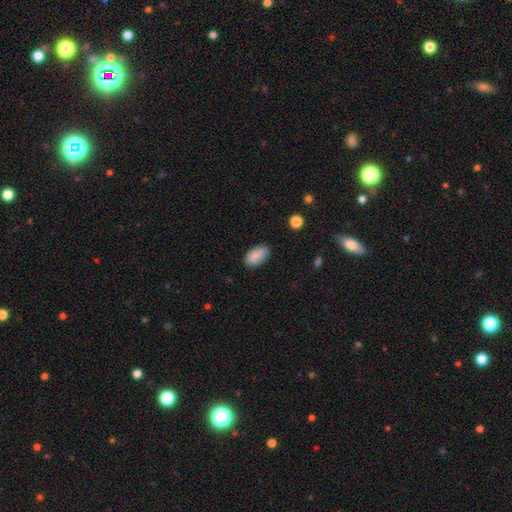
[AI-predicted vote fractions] smooth_or_featured: smooth (p=0.85) [alt: featured or disk p=0.09]
how_rounded: in between (p=0.94) [alt: round p=0.04]
merging: none (p=0.84) [alt: minor disturbance p=0.13]